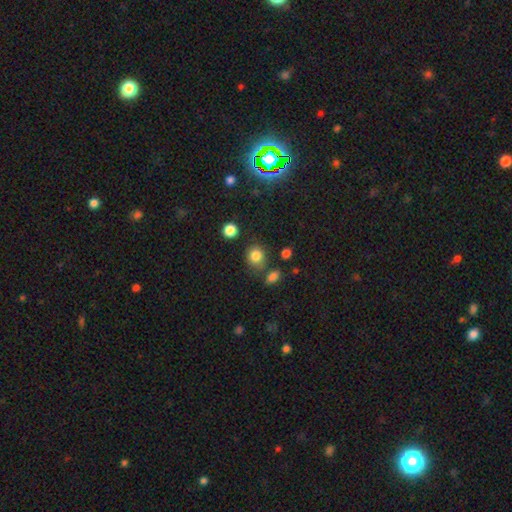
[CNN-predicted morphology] Smooth or featured?
  - smooth: 82% *
  - star or artifact: 12%
  - featured or disk: 6%
How rounded?
  - round: 76% *
  - in between: 23%
  - cigar-shaped: 1%
Merging?
  - none: 75% *
  - minor disturbance: 13%
  - merger: 8%
  - major disturbance: 4%